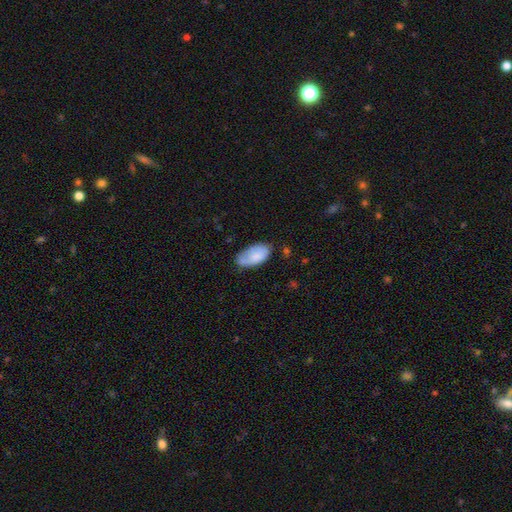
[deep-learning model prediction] A smooth galaxy with no disk features (76%) that is in between round and cigar-shaped (95%).

Vote fractions:
- Smooth or featured? smooth: 76% / featured or disk: 18% / star or artifact: 7%
- How rounded? in between: 95% / cigar-shaped: 3% / round: 3%
- Merging? none: 54% / minor disturbance: 32% / major disturbance: 9% / merger: 5%